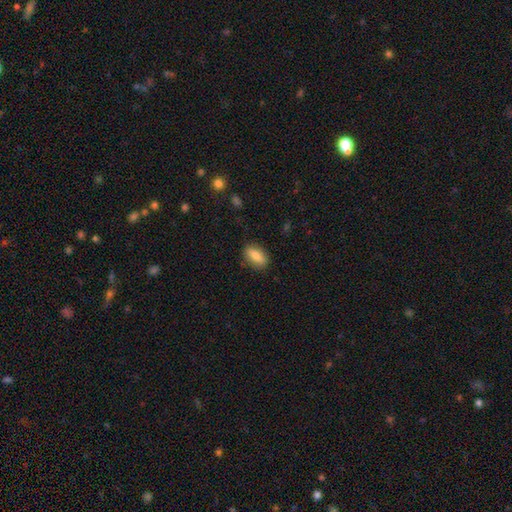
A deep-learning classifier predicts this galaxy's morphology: This is likely a smooth galaxy (78%). How rounded: clearly in between (82%). Merging: clearly none (85%).